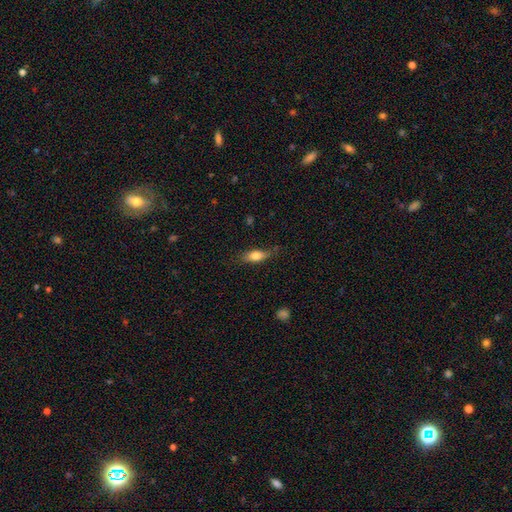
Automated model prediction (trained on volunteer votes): Q: Smooth or featured?
A: smooth (74%); runner-up: featured or disk (18%)
Q: How rounded?
A: in between (71%); runner-up: cigar-shaped (25%)
Q: Merging?
A: none (74%); runner-up: minor disturbance (20%)